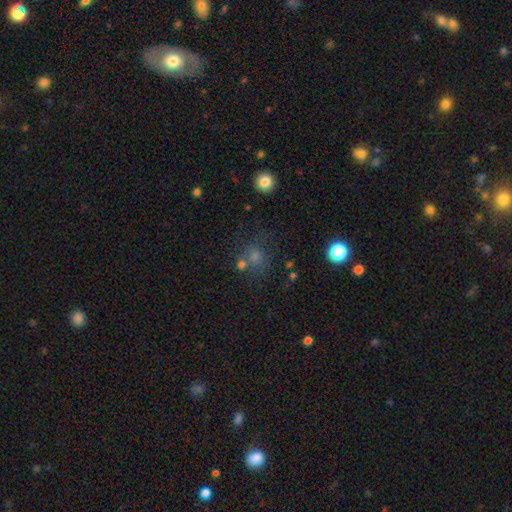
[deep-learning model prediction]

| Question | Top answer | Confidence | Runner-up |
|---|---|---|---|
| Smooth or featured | smooth | 56% | star or artifact (31%) |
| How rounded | round | 81% | in between (17%) |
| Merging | none | 61% | merger (19%) |